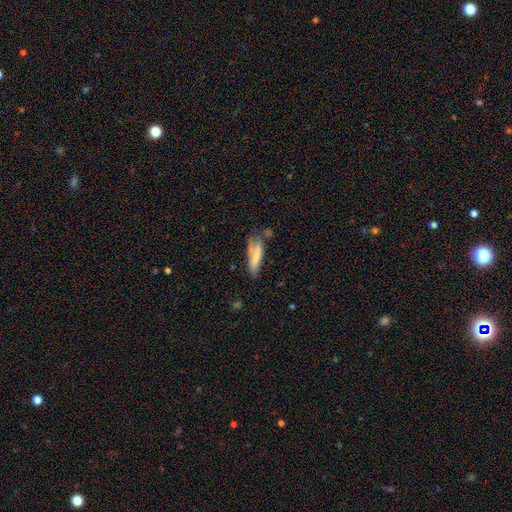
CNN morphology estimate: type=smooth (70%); roundness=cigar-shaped (58%); merging=none (47%).